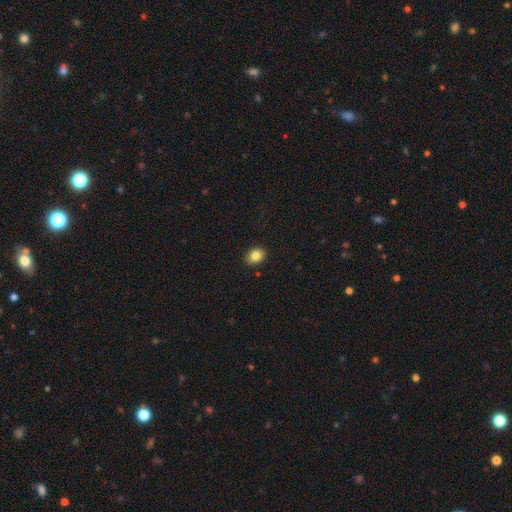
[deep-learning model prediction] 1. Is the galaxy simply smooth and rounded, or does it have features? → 85% smooth, 9% star or artifact, 6% featured or disk.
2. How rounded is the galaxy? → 56% in between, 43% round, 1% cigar-shaped.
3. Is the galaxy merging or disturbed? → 90% none, 7% minor disturbance, 2% major disturbance, 1% merger.